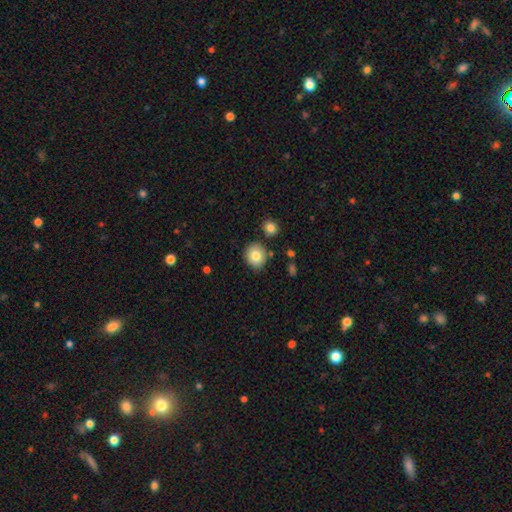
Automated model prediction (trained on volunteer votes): Smooth or featured?
  - smooth: 82% *
  - featured or disk: 9%
  - star or artifact: 9%
How rounded?
  - round: 77% *
  - in between: 22%
  - cigar-shaped: 1%
Merging?
  - none: 83% *
  - minor disturbance: 10%
  - merger: 5%
  - major disturbance: 2%